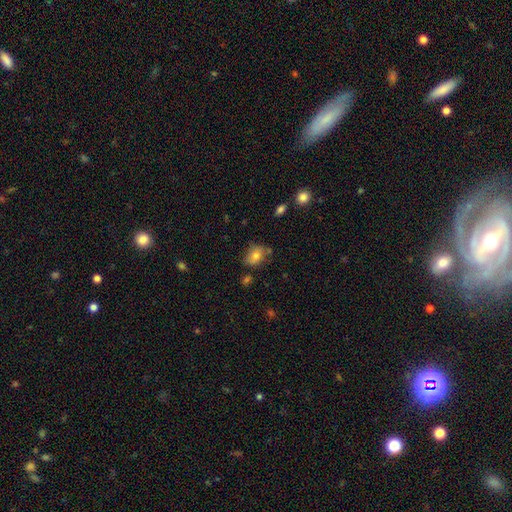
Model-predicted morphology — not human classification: The model was most divided on "how rounded": in between: 68%, round: 30%, cigar-shaped: 1%. More confident: smooth or featured — smooth (76%); merging — none (63%).